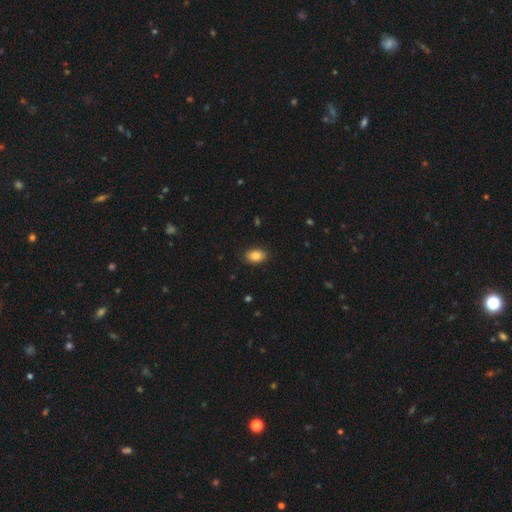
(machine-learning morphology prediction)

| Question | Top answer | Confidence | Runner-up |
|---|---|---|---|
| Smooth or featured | smooth | 86% | star or artifact (8%) |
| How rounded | in between | 86% | round (13%) |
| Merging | none | 88% | minor disturbance (9%) |